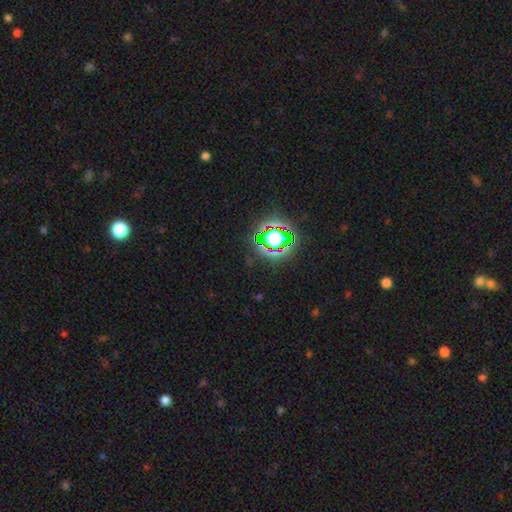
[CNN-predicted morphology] smooth-or-featured: star or artifact: 79% | smooth: 14% | featured or disk: 8%